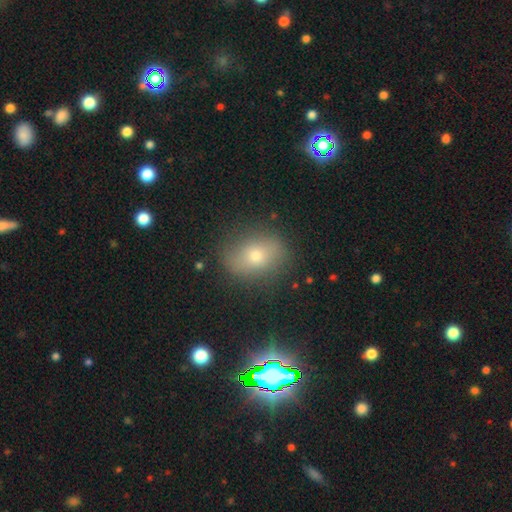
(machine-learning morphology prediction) smooth-or-featured: smooth: 62% | star or artifact: 20% | featured or disk: 18%
  how-rounded: in between: 62% | round: 36% | cigar-shaped: 2%
  merging: none: 83% | minor disturbance: 11% | major disturbance: 4% | merger: 2%